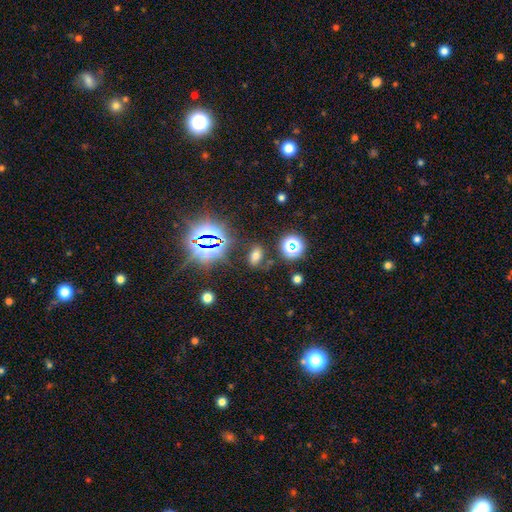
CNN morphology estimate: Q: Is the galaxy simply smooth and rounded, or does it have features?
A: smooth — 55%.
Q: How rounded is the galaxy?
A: in between — 82%.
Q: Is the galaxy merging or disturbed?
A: none — 80%.